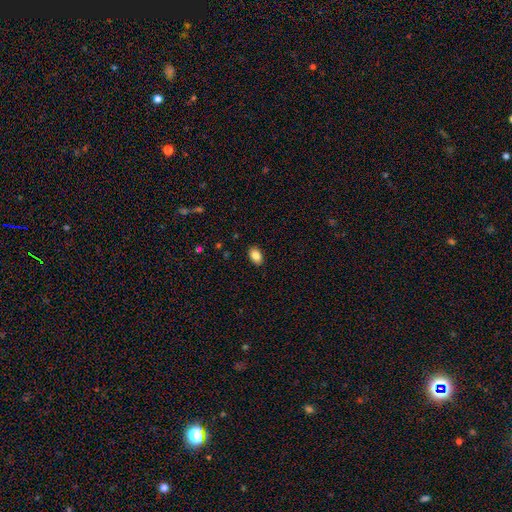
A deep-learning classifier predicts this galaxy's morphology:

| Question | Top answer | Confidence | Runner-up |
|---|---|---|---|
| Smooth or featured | smooth | 86% | star or artifact (8%) |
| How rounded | in between | 87% | round (12%) |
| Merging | none | 89% | minor disturbance (8%) |